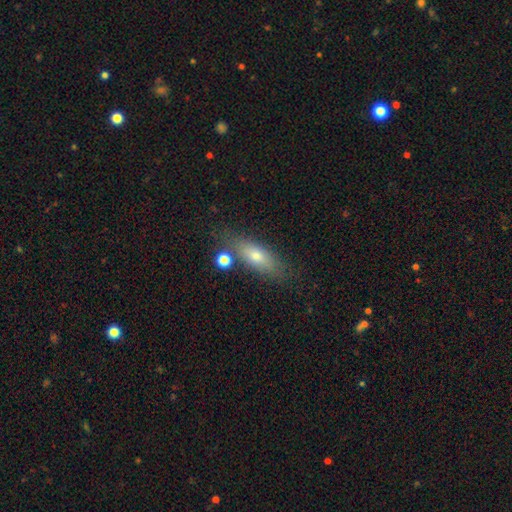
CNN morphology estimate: This is likely a smooth galaxy (68%). How rounded: possibly in between (59%). Merging: likely none (72%).